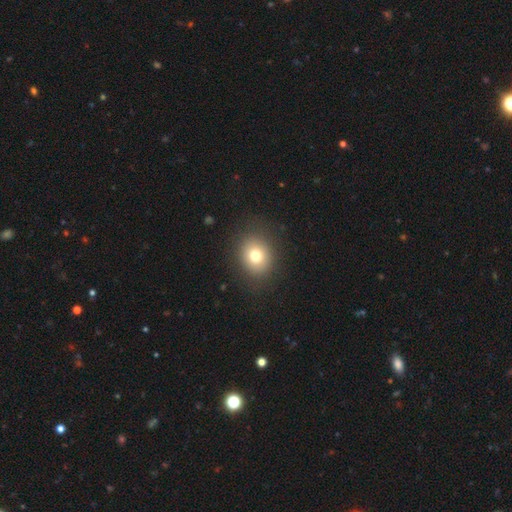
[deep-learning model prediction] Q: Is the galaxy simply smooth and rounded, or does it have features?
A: smooth — 76%.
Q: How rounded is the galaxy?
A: round — 69%.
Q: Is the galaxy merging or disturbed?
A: none — 86%.